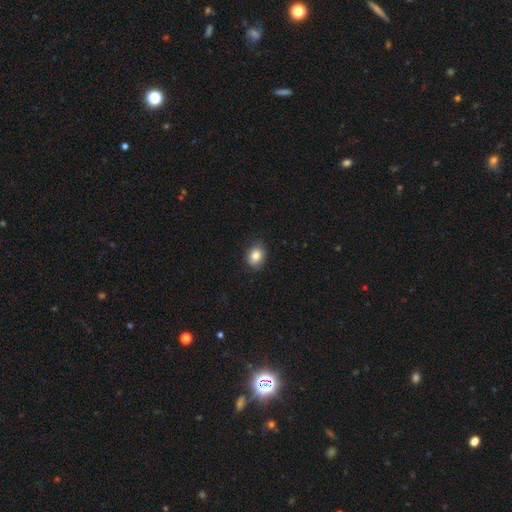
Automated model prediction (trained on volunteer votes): Smooth or featured: smooth — 84% (star or artifact — 9%)
How rounded: in between — 53% (round — 46%)
Merging: none — 83% (minor disturbance — 13%)